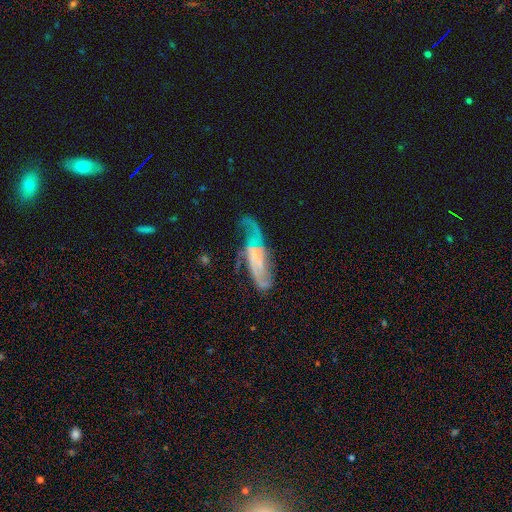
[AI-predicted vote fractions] This is likely a featured or disk galaxy (77%). It is clearly not viewed edge-on (87%). Bar: possibly no (53%). Spiral arm pattern: clearly yes (92%). Spiral arm count: possibly 2 (57%). Spiral winding: marginally medium (43%). Central bulge: possibly small (47%). Merging: possibly none (49%).